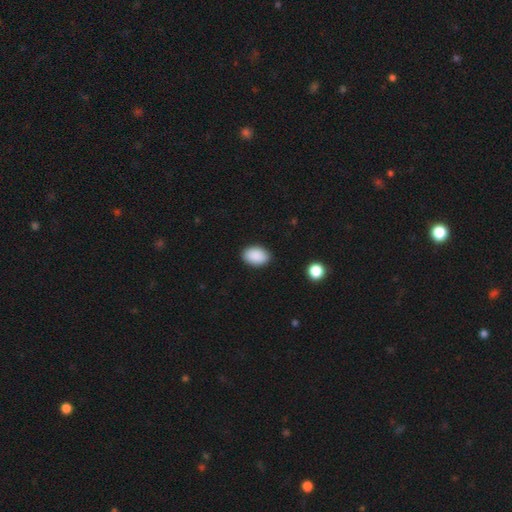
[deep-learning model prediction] smooth_or_featured: smooth (p=0.90) [alt: star or artifact p=0.07]
how_rounded: in between (p=0.85) [alt: round p=0.14]
merging: none (p=0.88) [alt: minor disturbance p=0.09]